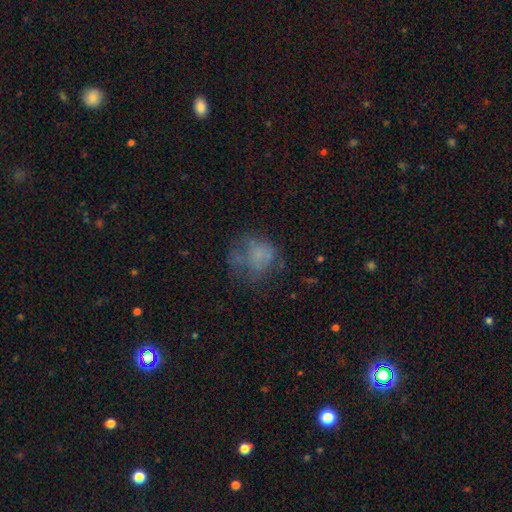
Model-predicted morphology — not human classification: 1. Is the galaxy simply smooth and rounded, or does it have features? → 55% smooth, 29% featured or disk, 16% star or artifact.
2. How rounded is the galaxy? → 69% round, 30% in between, 1% cigar-shaped.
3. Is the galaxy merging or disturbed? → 47% none, 27% major disturbance, 22% minor disturbance, 4% merger.